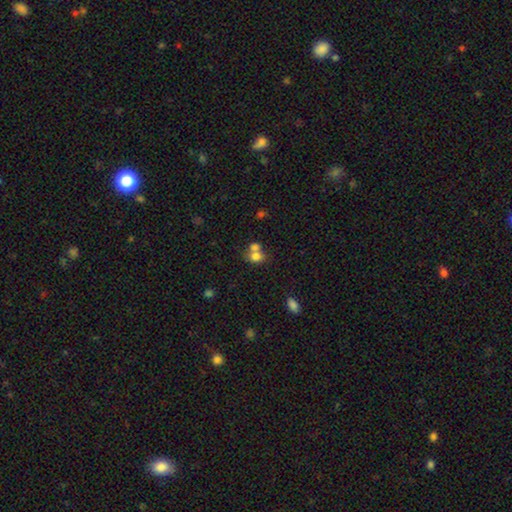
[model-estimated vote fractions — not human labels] A smooth galaxy with no disk features (75%) that is round (54%). Merging: merger (58%).